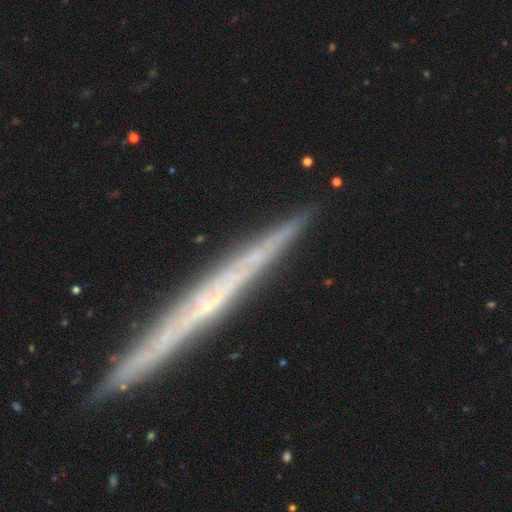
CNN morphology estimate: smooth-or-featured: featured or disk: 74% | smooth: 19% | star or artifact: 8%
  disk-edge-on: yes: 95% | no: 5%
    edge-on-bulge: none: 78% | rounded: 15% | boxy: 7%
  merging: none: 89% | minor disturbance: 8% | major disturbance: 2% | merger: 2%